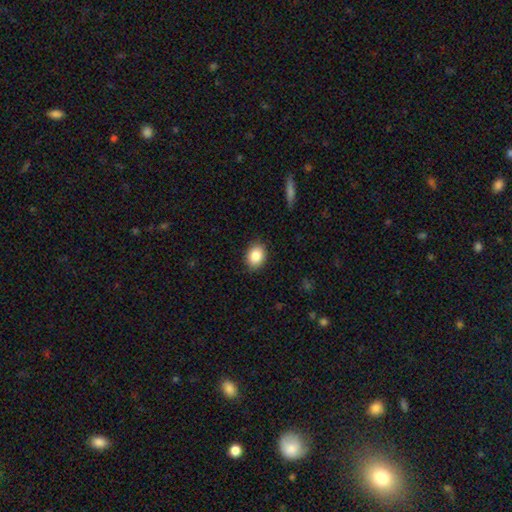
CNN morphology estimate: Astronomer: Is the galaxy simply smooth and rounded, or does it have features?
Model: smooth — 86%.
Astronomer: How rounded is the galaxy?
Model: in between — 59% (runner-up: round, 40%).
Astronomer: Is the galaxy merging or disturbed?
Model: none — 88%.